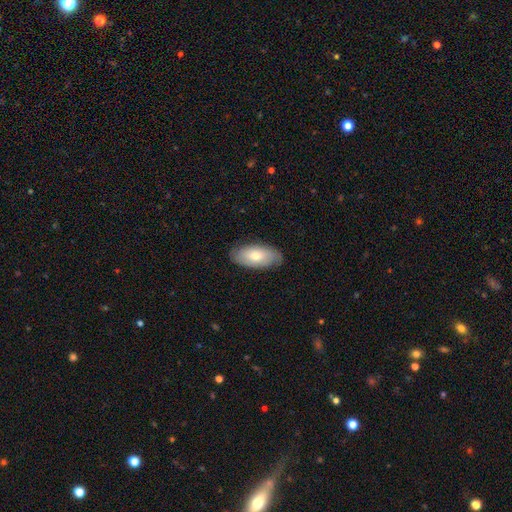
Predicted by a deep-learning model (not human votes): A smooth galaxy with no disk features (65%) that is in between round and cigar-shaped (92%).

Vote fractions:
- Smooth or featured? smooth: 65% / featured or disk: 29% / star or artifact: 6%
- How rounded? in between: 92% / cigar-shaped: 5% / round: 3%
- Merging? none: 83% / minor disturbance: 13% / major disturbance: 3% / merger: 1%